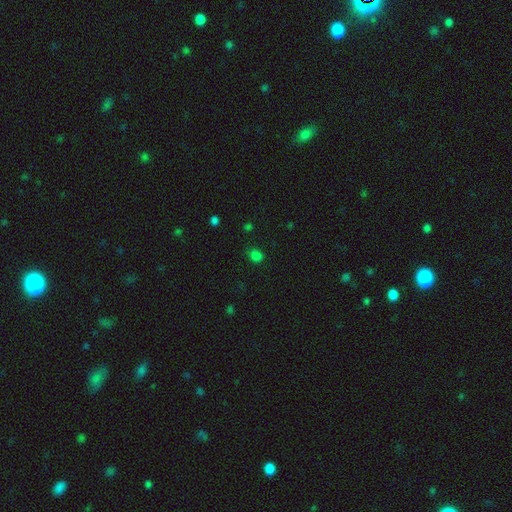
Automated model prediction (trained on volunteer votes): Q: Smooth or featured?
A: smooth (75%); runner-up: star or artifact (21%)
Q: How rounded?
A: round (60%); runner-up: in between (39%)
Q: Merging?
A: none (79%); runner-up: minor disturbance (14%)